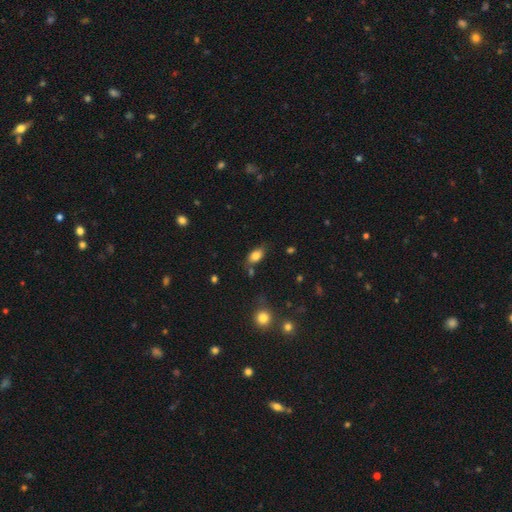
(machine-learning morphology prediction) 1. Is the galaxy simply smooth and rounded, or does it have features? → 81% smooth, 10% featured or disk, 9% star or artifact.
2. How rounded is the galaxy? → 88% in between, 9% round, 3% cigar-shaped.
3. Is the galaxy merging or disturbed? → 70% none, 19% minor disturbance, 6% merger, 5% major disturbance.